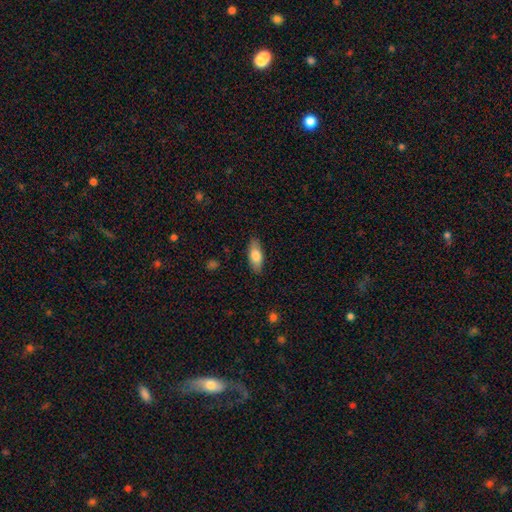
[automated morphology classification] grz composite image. It shows a smooth galaxy with no disk features (77%) that is in between round and cigar-shaped (78%). Merging: none (87%).